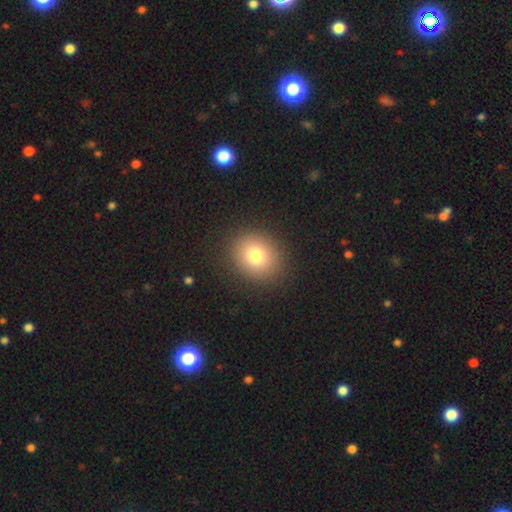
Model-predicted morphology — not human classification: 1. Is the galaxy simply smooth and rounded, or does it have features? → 78% smooth, 12% star or artifact, 10% featured or disk.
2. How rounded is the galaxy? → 69% round, 30% in between, 1% cigar-shaped.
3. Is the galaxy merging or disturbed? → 88% none, 7% minor disturbance, 3% major disturbance, 1% merger.